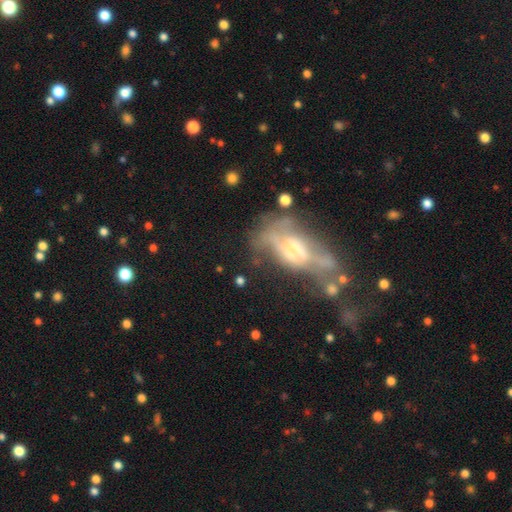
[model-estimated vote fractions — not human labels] featured or disk 59%, smooth 25%, star or artifact 16%. Down the decision tree: edge-on disk — no (80%); merging — none (33%).